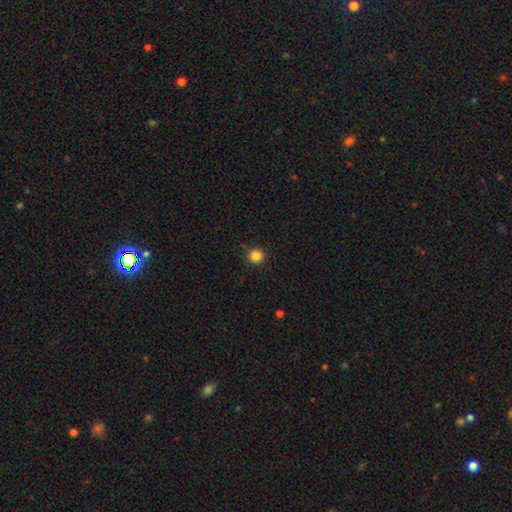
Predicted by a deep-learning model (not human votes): A smooth galaxy with no disk features (86%) that is round (95%).

Vote fractions:
- Smooth or featured? smooth: 86% / star or artifact: 11% / featured or disk: 3%
- How rounded? round: 95% / in between: 4% / cigar-shaped: 1%
- Merging? none: 91% / minor disturbance: 6% / major disturbance: 2% / merger: 1%